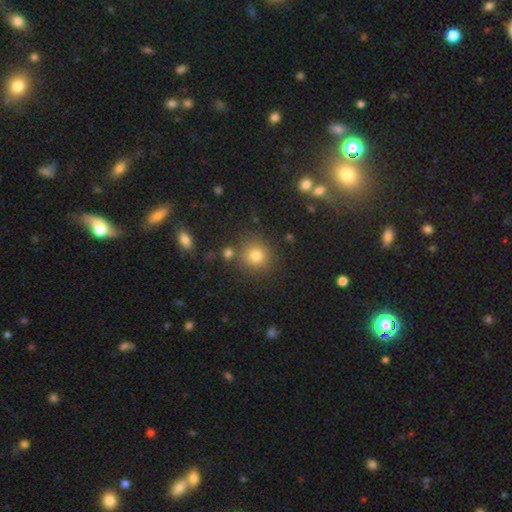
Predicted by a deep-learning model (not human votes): Smooth or featured?
  - smooth: 78% *
  - star or artifact: 15%
  - featured or disk: 7%
How rounded?
  - round: 89% *
  - in between: 10%
  - cigar-shaped: 1%
Merging?
  - none: 80% *
  - minor disturbance: 9%
  - merger: 7%
  - major disturbance: 3%